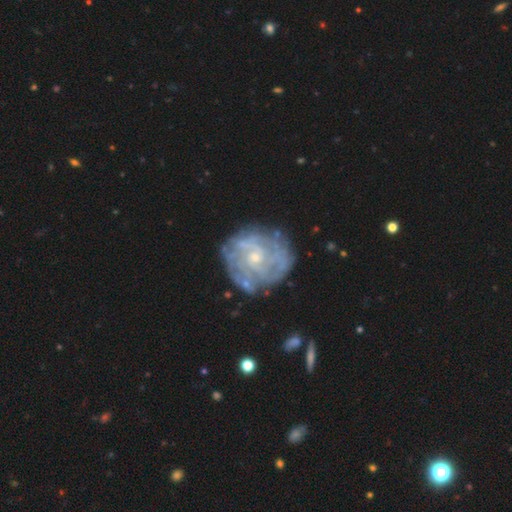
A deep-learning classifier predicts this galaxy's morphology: featured or disk 79%, smooth 14%, star or artifact 7%. Down the decision tree: edge-on disk — no (97%); bar — no (72%); spiral arms — yes (81%); spiral arm count — can't tell (51%); spiral winding — tight (64%); bulge size — small (67%); merging — none (73%).